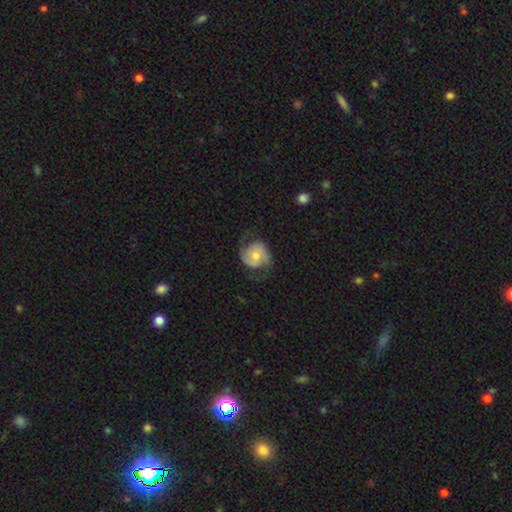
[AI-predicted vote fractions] featured or disk 60%, smooth 33%, star or artifact 7%. Down the decision tree: edge-on disk — no (97%); bar — no (69%); spiral arms — yes (86%); bulge size — moderate (56%); merging — none (62%).